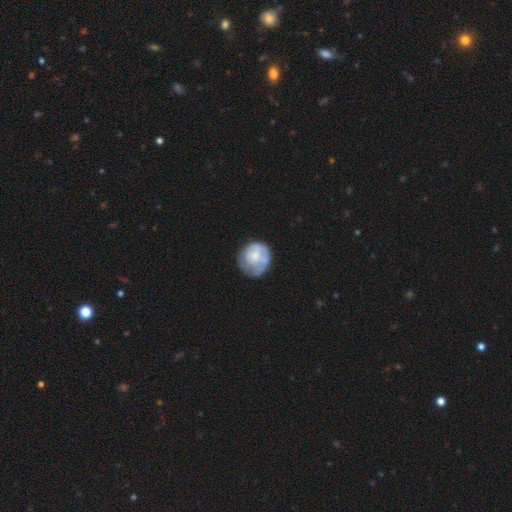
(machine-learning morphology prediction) Smooth or featured: smooth — 55% (featured or disk — 38%)
How rounded: round — 77% (in between — 22%)
Merging: none — 45% (minor disturbance — 31%)